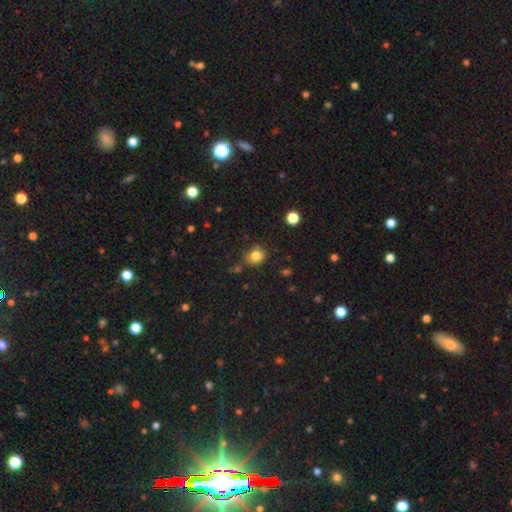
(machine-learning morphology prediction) Smooth or featured?
  - smooth: 81% *
  - star or artifact: 12%
  - featured or disk: 7%
How rounded?
  - round: 71% *
  - in between: 28%
  - cigar-shaped: 1%
Merging?
  - none: 74% *
  - minor disturbance: 17%
  - merger: 4%
  - major disturbance: 4%